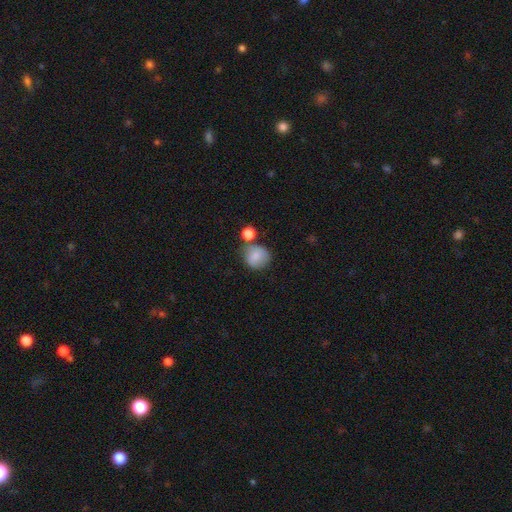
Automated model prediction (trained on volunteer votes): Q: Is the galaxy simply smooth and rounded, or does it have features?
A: smooth — 82%.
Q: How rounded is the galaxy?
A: round — 84%.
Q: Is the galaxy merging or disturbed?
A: none — 57%.